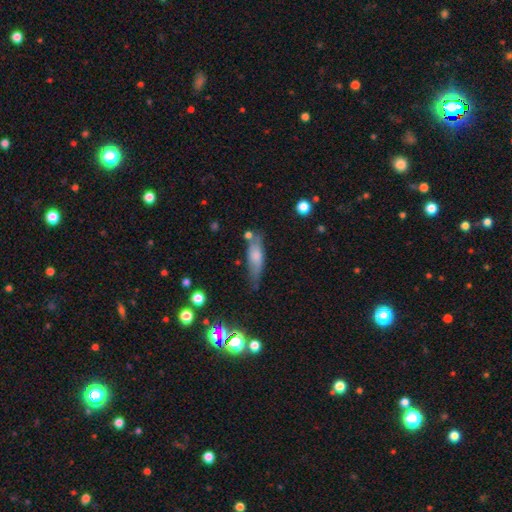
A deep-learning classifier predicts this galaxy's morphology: Q: Smooth or featured?
A: smooth (67%); runner-up: featured or disk (26%)
Q: How rounded?
A: in between (49%); runner-up: cigar-shaped (48%)
Q: Merging?
A: none (55%); runner-up: minor disturbance (28%)